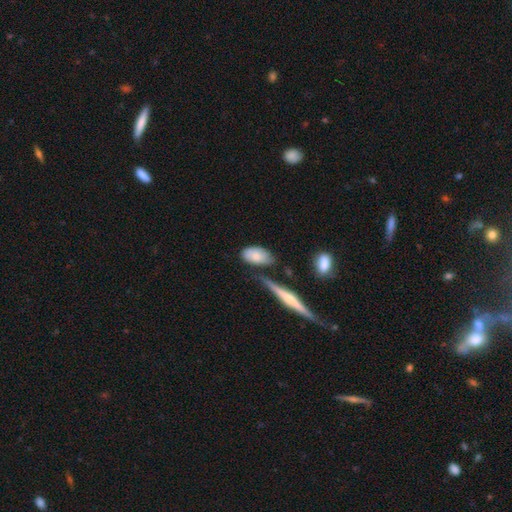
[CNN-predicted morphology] Smooth or featured?
  - smooth: 73% *
  - featured or disk: 20%
  - star or artifact: 6%
How rounded?
  - in between: 89% *
  - cigar-shaped: 6%
  - round: 4%
Merging?
  - none: 53% *
  - minor disturbance: 28%
  - merger: 10%
  - major disturbance: 9%